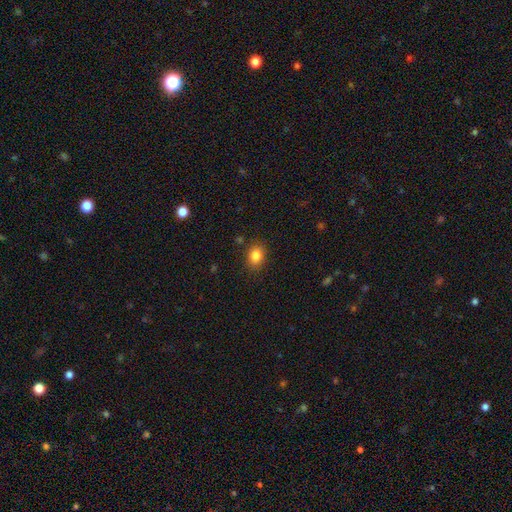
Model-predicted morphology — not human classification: Smooth or featured? smooth (84%)
How rounded? in between (59%)
Merging? none (86%)